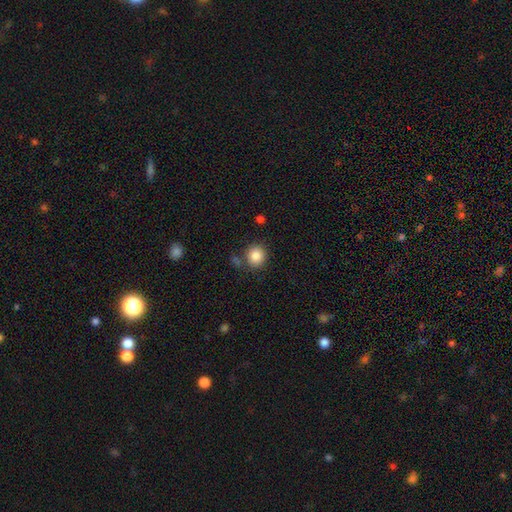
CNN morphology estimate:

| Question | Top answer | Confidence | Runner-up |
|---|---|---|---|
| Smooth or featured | smooth | 85% | star or artifact (10%) |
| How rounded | round | 88% | in between (11%) |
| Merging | none | 81% | minor disturbance (10%) |